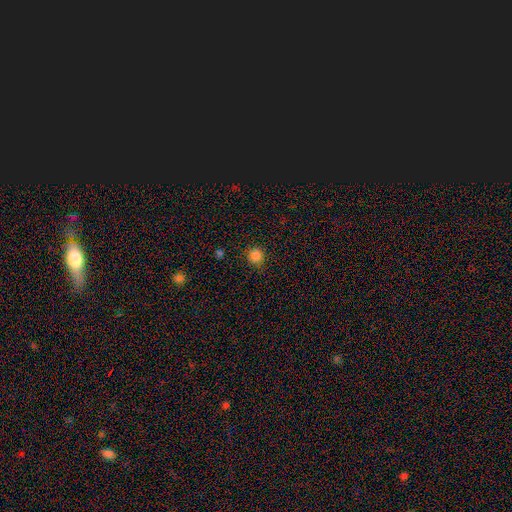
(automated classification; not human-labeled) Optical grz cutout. It shows a smooth galaxy with no disk features (84%) that is round (92%). Merging: none (87%).